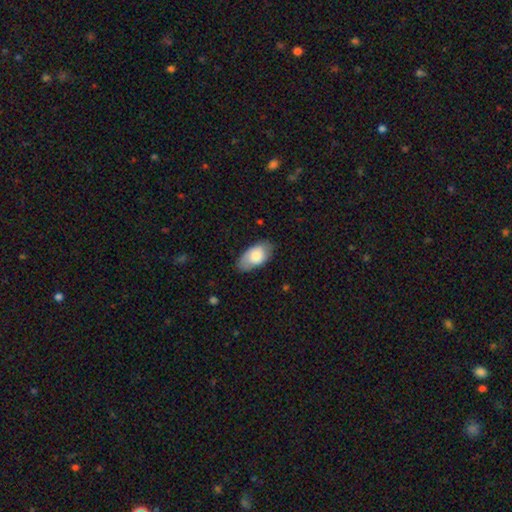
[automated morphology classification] Smooth or featured? smooth (78%)
How rounded? in between (94%)
Merging? none (72%)